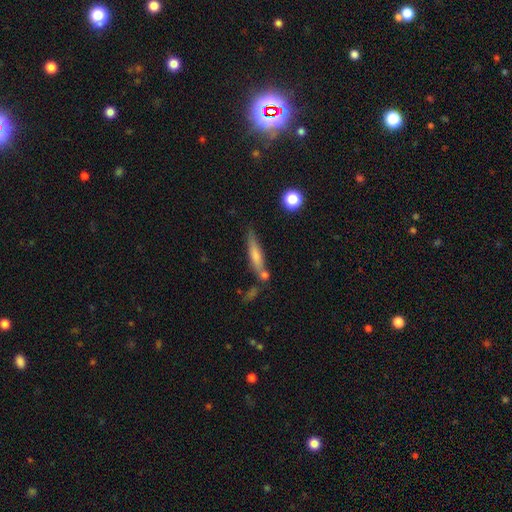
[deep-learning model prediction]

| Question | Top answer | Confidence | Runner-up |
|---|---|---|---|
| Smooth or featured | smooth | 63% | featured or disk (30%) |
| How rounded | cigar-shaped | 86% | in between (12%) |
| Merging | none | 62% | merger (17%) |